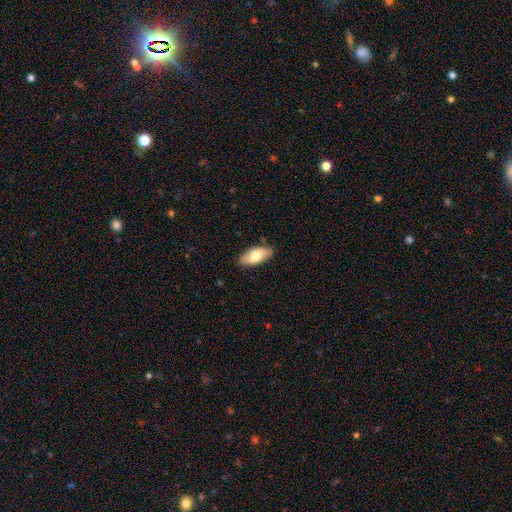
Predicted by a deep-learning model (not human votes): This is likely a smooth galaxy (75%). How rounded: clearly in between (88%). Merging: clearly none (87%).